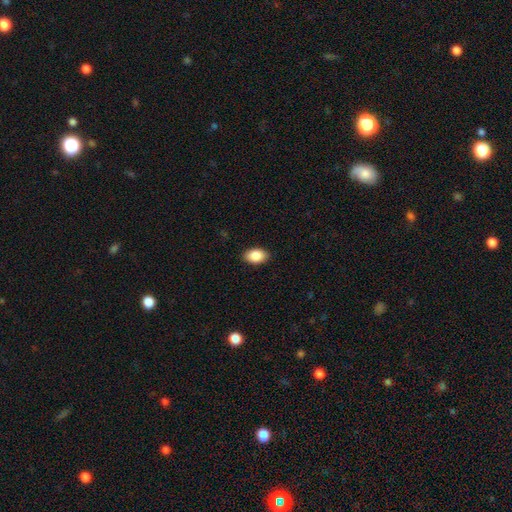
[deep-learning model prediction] Smooth or featured? smooth (88%)
How rounded? in between (90%)
Merging? none (89%)